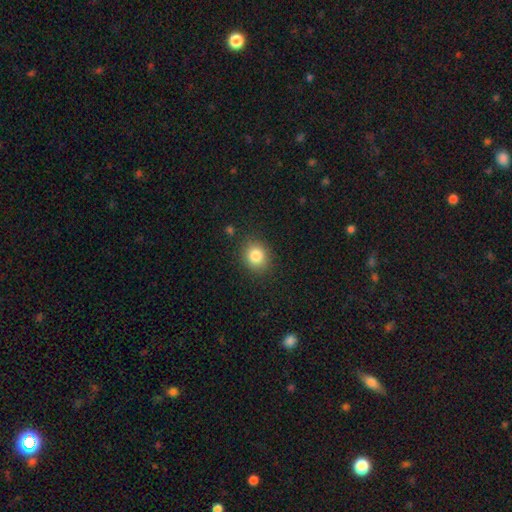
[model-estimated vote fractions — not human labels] Smooth or featured? Predicted: smooth (p=0.84). How rounded? Predicted: round (p=0.74). Merging? Predicted: none (p=0.86).